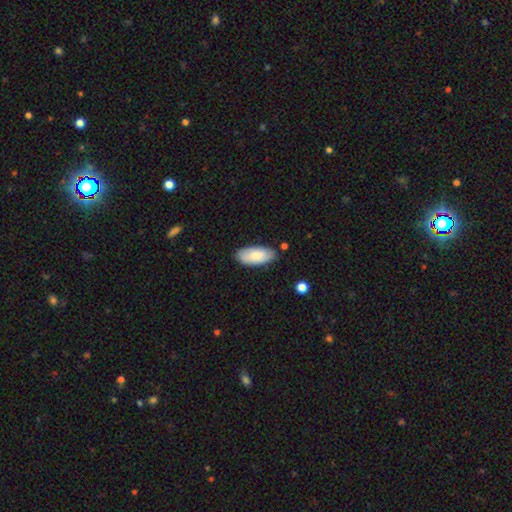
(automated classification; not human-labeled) Overall: smooth (75%). How rounded: in between (91%). Merging: none (81%).